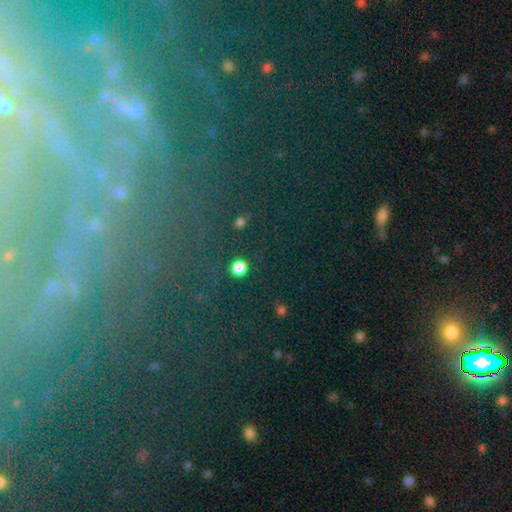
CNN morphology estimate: type=featured or disk (50%); edge-on=no (87%); merging=none (73%).